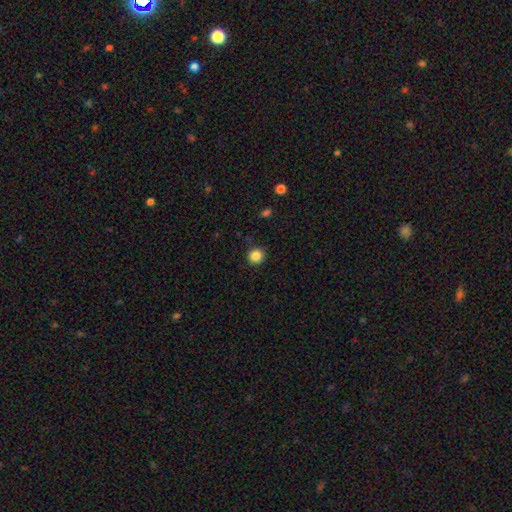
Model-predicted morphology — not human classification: type=smooth (86%); roundness=round (92%); merging=none (90%).